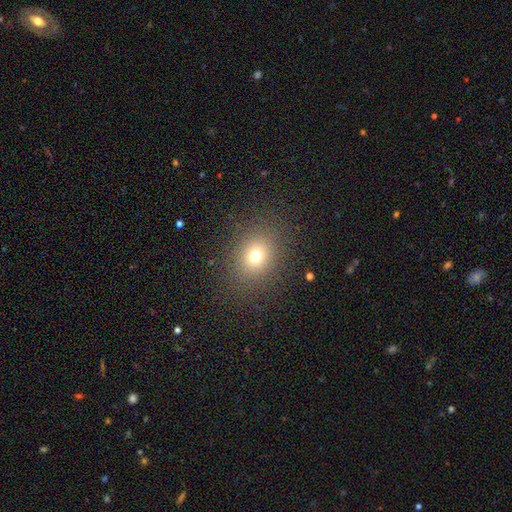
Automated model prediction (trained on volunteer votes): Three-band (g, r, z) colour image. It shows a smooth galaxy with no disk features (71%) that is round (62%). Merging: none (85%).